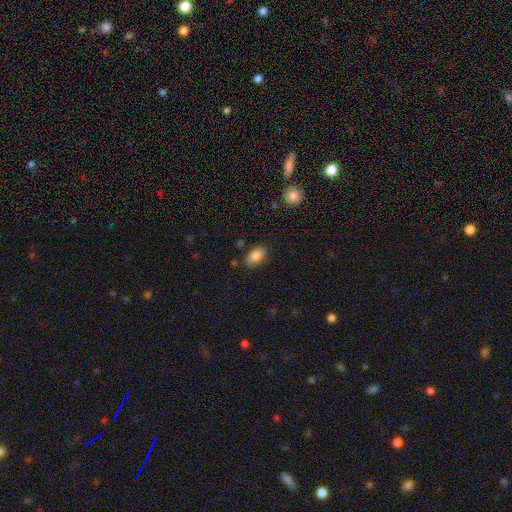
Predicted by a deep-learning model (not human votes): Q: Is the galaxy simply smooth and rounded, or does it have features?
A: smooth — 86%.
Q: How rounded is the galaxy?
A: in between — 91%.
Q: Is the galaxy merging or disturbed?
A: none — 81%.